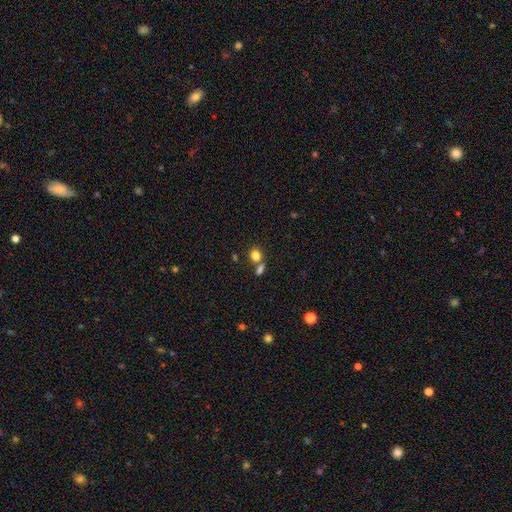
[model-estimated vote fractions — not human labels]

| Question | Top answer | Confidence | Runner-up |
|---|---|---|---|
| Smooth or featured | smooth | 82% | star or artifact (11%) |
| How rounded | round | 70% | in between (29%) |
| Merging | none | 57% | merger (30%) |